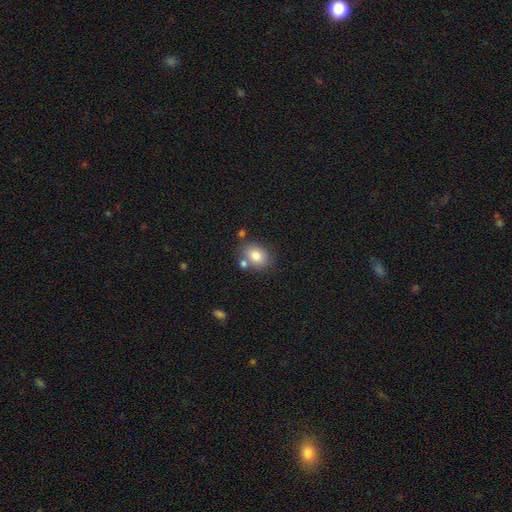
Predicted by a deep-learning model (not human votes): Smooth or featured: smooth — 81% (featured or disk — 10%)
How rounded: in between — 62% (round — 37%)
Merging: none — 69% (minor disturbance — 15%)